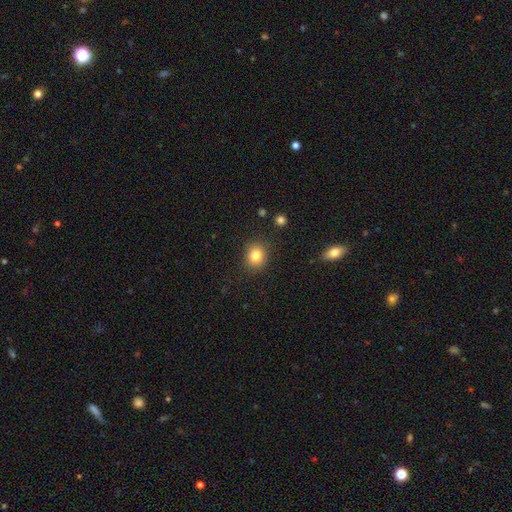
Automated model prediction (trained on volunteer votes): Smooth or featured?
  - smooth: 82% *
  - star or artifact: 11%
  - featured or disk: 7%
How rounded?
  - round: 72% *
  - in between: 27%
  - cigar-shaped: 1%
Merging?
  - none: 88% *
  - minor disturbance: 8%
  - major disturbance: 3%
  - merger: 1%